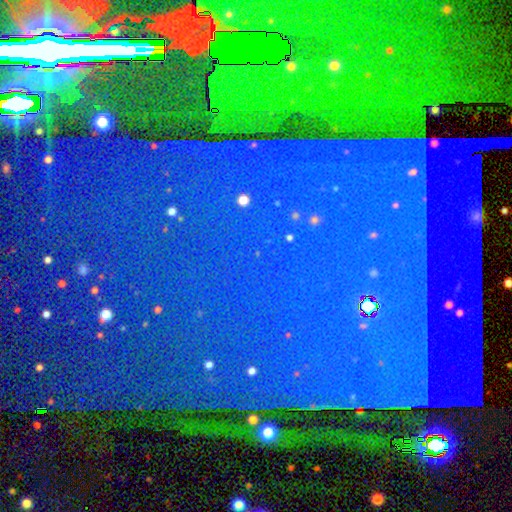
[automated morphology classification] star or artifact 84%, smooth 8%, featured or disk 8%.